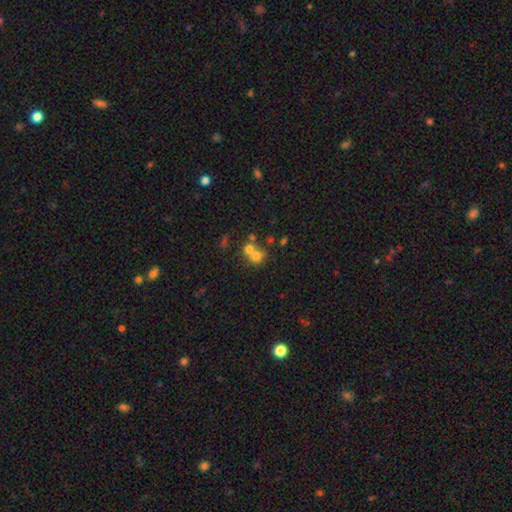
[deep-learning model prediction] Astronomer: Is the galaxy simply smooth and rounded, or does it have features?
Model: smooth — 67%.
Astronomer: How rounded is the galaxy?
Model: round — 81%.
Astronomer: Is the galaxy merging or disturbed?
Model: merger — 55% (runner-up: none, 35%).